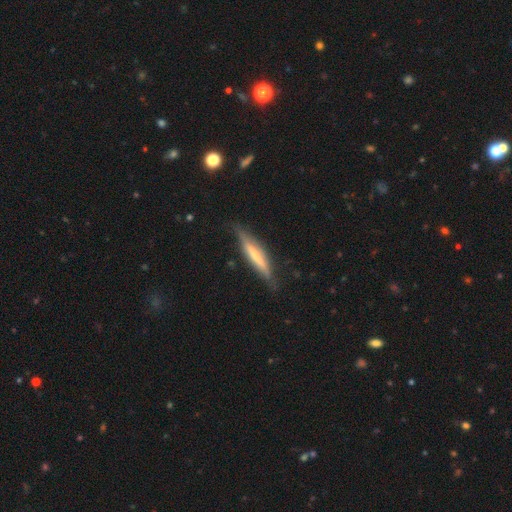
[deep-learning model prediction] Morphology: type=featured or disk (54%); edge-on=yes (91%); merging=none (75%).